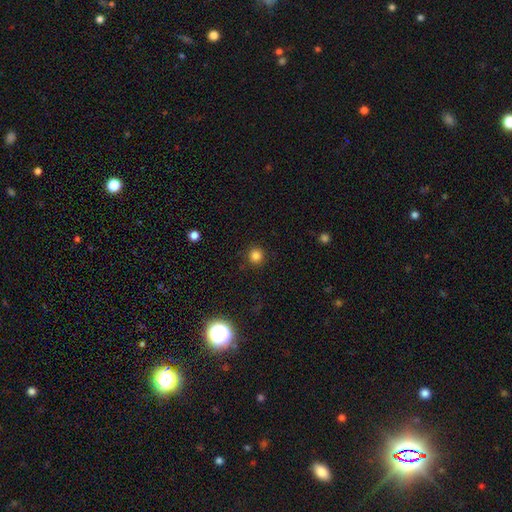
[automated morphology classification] This appears to be a smooth galaxy with no disk features (82%) that is round (94%). Merging: none (91%).